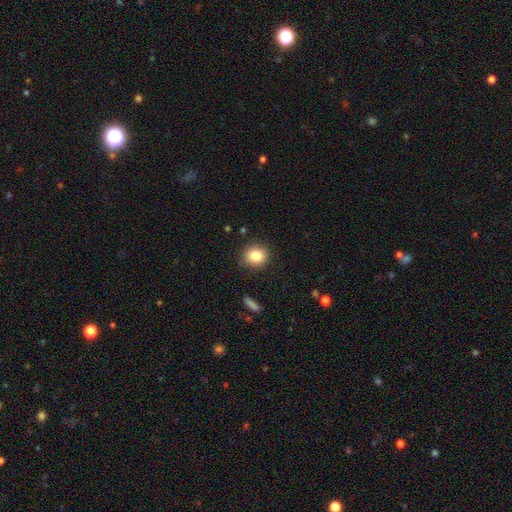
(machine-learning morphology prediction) Smooth or featured: smooth — 83% (star or artifact — 10%)
How rounded: round — 79% (in between — 20%)
Merging: none — 87% (minor disturbance — 9%)